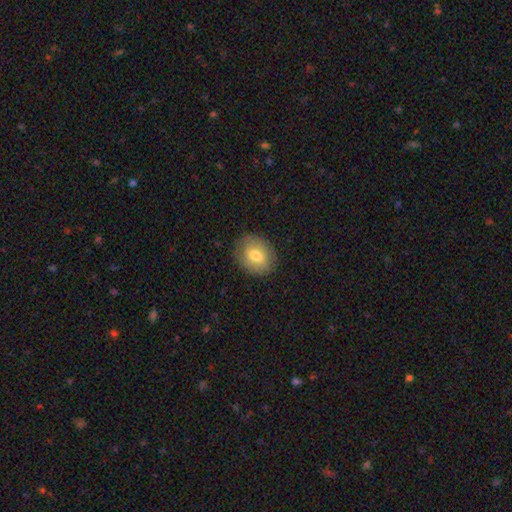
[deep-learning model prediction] Smooth or featured?
  - smooth: 69% *
  - featured or disk: 23%
  - star or artifact: 8%
How rounded?
  - in between: 54% *
  - round: 44%
  - cigar-shaped: 1%
Merging?
  - none: 83% *
  - minor disturbance: 12%
  - major disturbance: 3%
  - merger: 1%